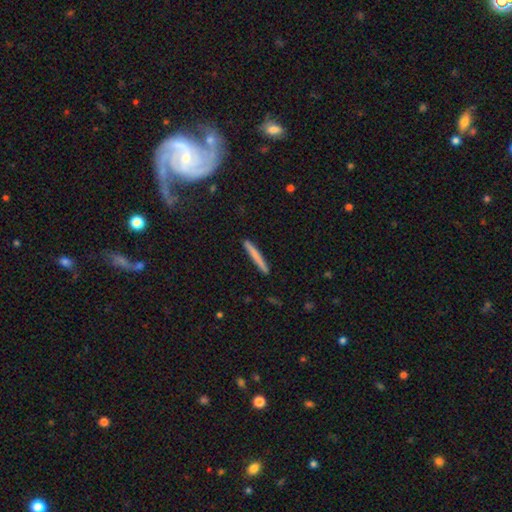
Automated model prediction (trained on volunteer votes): Overall: smooth (70%). How rounded: cigar-shaped (96%). Merging: none (91%).